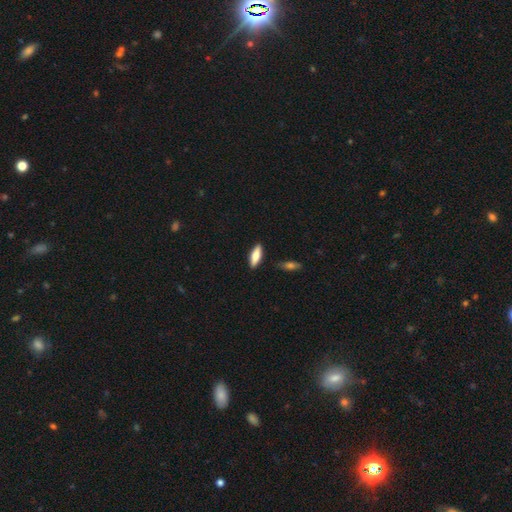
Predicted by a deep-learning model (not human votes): Smooth or featured? Predicted: smooth (p=0.76). How rounded? Predicted: in between (p=0.58). Merging? Predicted: none (p=0.87).